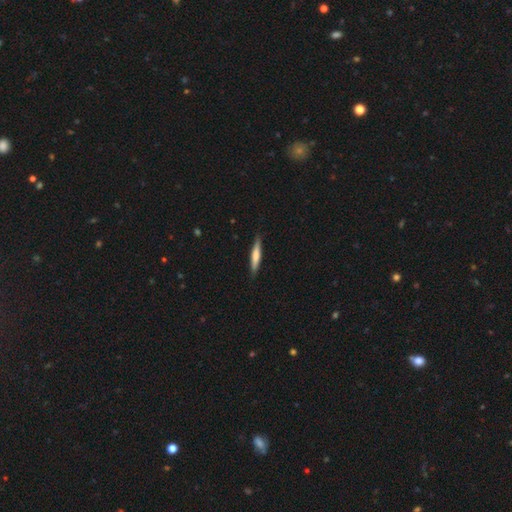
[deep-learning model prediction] Smooth or featured? Predicted: smooth (p=0.58). How rounded? Predicted: cigar-shaped (p=0.91). Merging? Predicted: none (p=0.88).